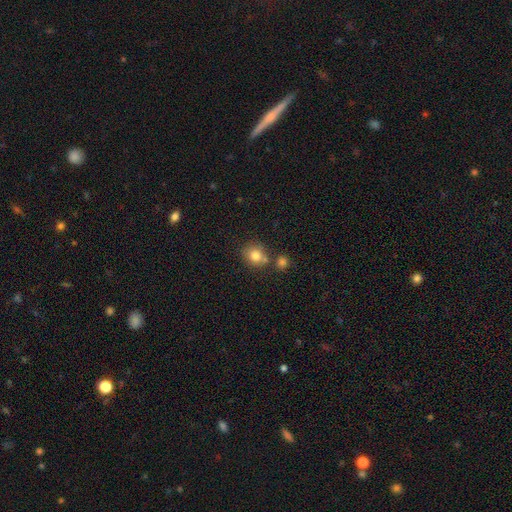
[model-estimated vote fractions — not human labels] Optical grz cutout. It shows a smooth galaxy with no disk features (81%) that is round (79%). Merging: none (63%).